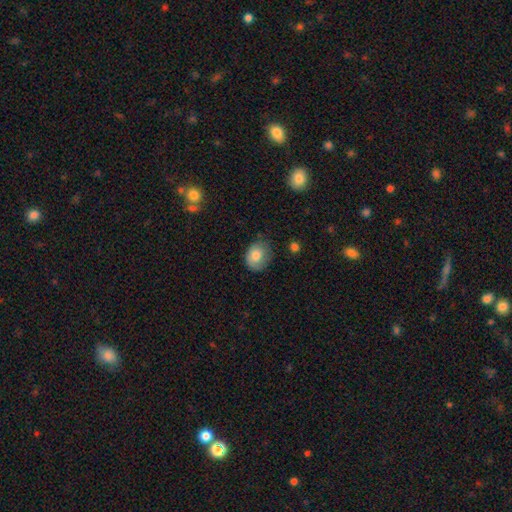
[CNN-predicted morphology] Smooth or featured: smooth — 79% (featured or disk — 13%)
How rounded: round — 54% (in between — 45%)
Merging: none — 63% (minor disturbance — 29%)